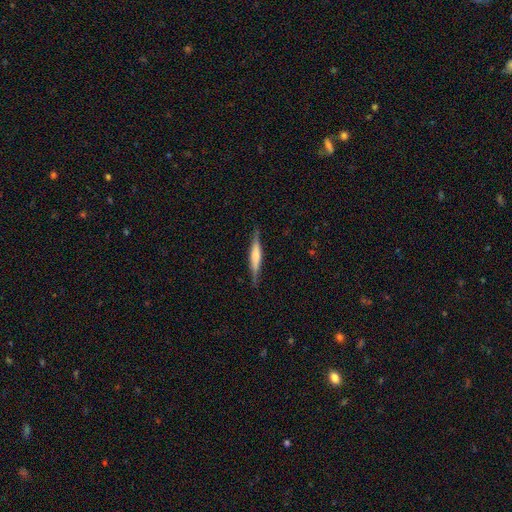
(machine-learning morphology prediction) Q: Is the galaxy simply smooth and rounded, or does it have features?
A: featured or disk — 55%.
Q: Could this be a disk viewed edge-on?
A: yes — 96%.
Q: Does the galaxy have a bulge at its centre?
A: rounded — 40%.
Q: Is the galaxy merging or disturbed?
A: none — 86%.